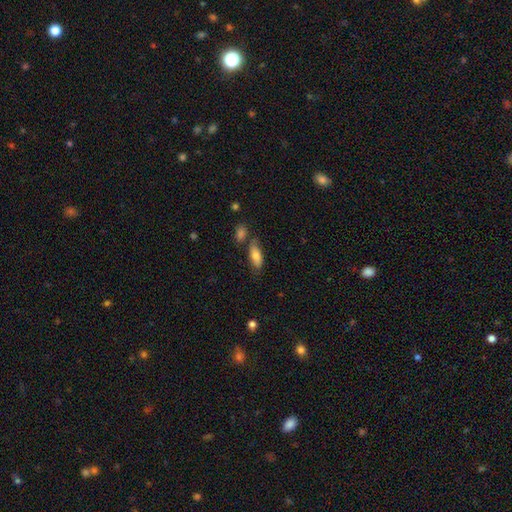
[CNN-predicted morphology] smooth 76%, featured or disk 17%, star or artifact 7%. Down the decision tree: how rounded — in between (77%); merging — none (65%).